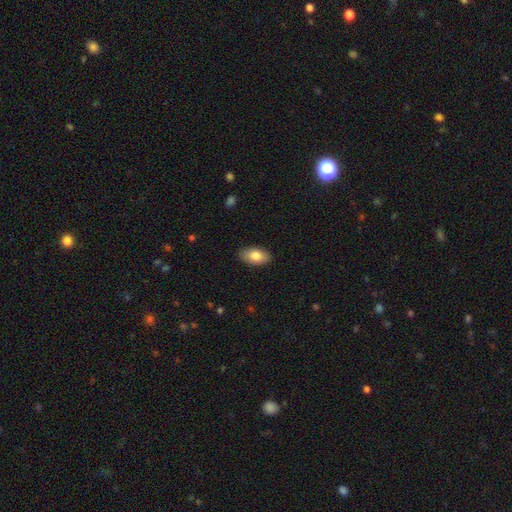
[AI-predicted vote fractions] This is clearly a smooth galaxy (81%). How rounded: clearly in between (94%). Merging: clearly none (86%).